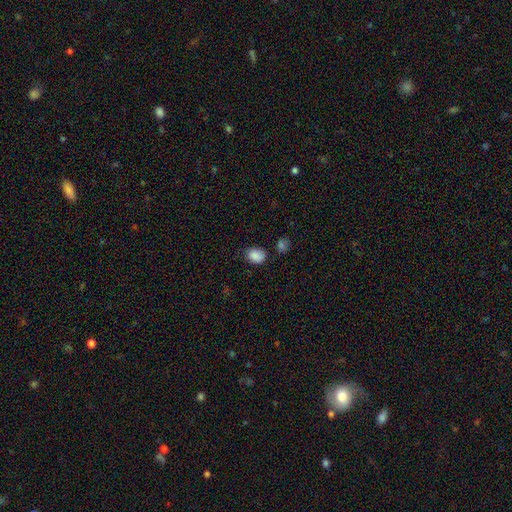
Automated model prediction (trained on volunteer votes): This is clearly a smooth galaxy (86%). How rounded: likely in between (61%). Merging: likely none (62%).